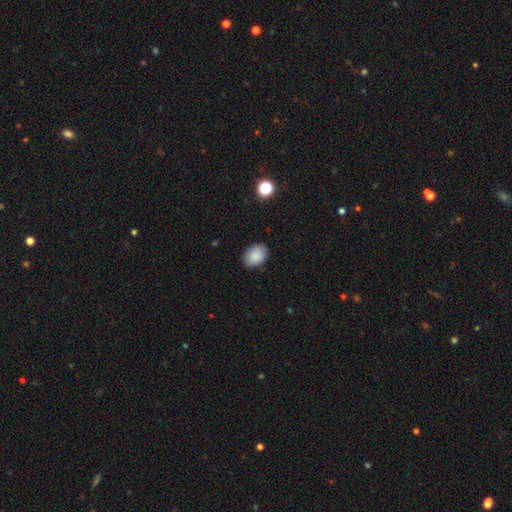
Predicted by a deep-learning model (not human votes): The model was most divided on "how rounded": in between: 72%, round: 27%, cigar-shaped: 1%. More confident: smooth or featured — smooth (87%); merging — none (85%).